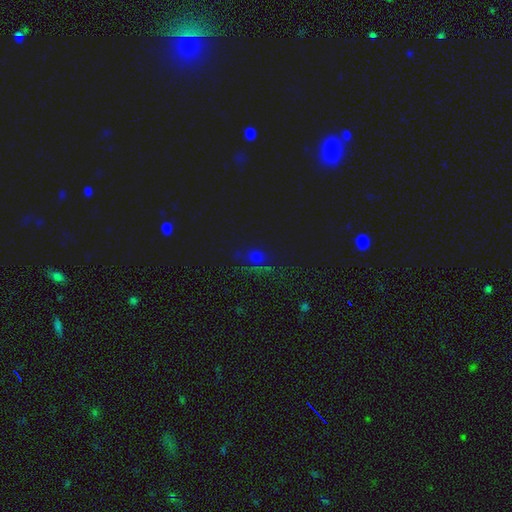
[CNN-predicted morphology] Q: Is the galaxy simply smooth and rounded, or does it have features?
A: star or artifact — 59%.